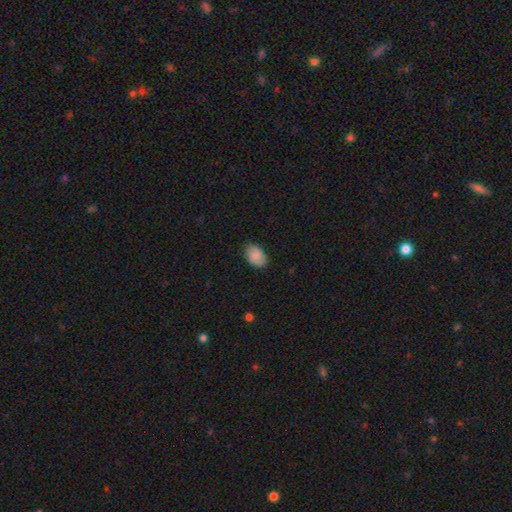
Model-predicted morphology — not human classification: The model was most divided on "how rounded": in between: 82%, round: 17%, cigar-shaped: 1%. More confident: smooth or featured — smooth (84%); merging — none (80%).